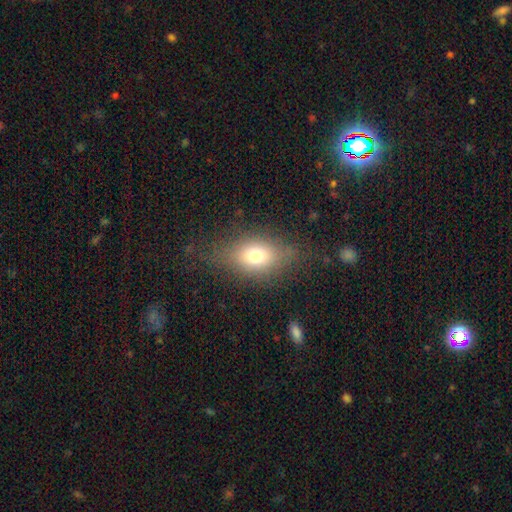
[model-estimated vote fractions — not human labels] smooth-or-featured: smooth: 72% | featured or disk: 17% | star or artifact: 12%
  how-rounded: in between: 75% | round: 19% | cigar-shaped: 5%
  merging: none: 72% | minor disturbance: 18% | major disturbance: 9% | merger: 1%